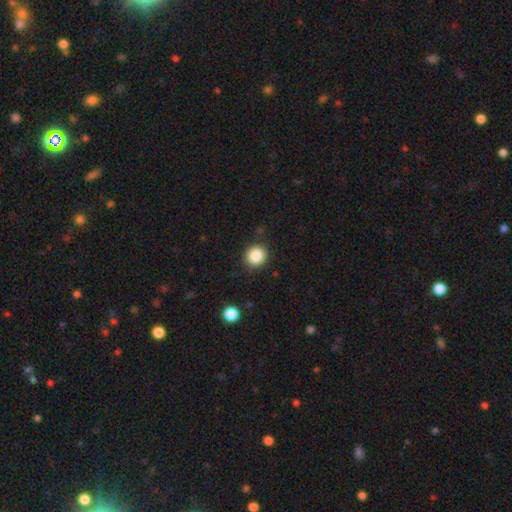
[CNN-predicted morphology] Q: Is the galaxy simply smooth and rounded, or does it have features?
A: smooth — 86%.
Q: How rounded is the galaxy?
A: round — 88%.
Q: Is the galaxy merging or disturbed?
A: none — 89%.